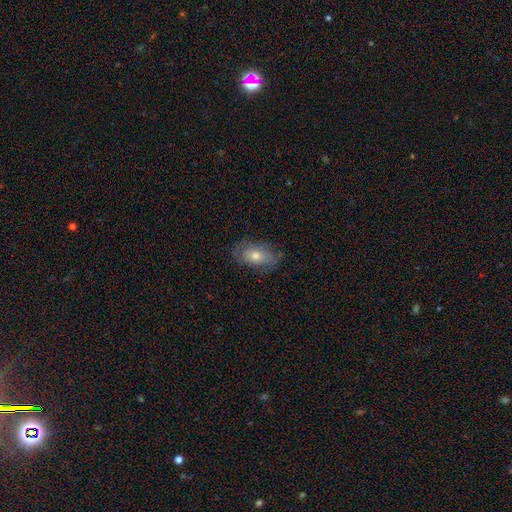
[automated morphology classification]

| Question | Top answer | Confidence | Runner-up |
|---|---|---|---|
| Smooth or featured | smooth | 61% | featured or disk (31%) |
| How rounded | in between | 88% | round (9%) |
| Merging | none | 76% | minor disturbance (18%) |